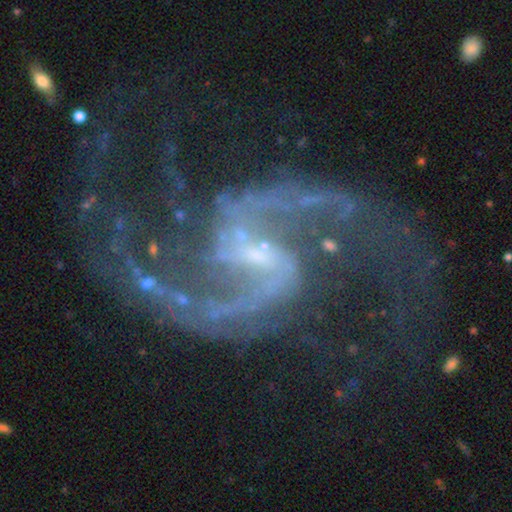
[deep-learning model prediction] Morphology: type=featured or disk (93%); edge-on=no (98%); bar=weak (52%); spiral arms=yes (99%); winding=medium (46%); arm count=2 (94%); bulge=small (71%); merging=none (73%).